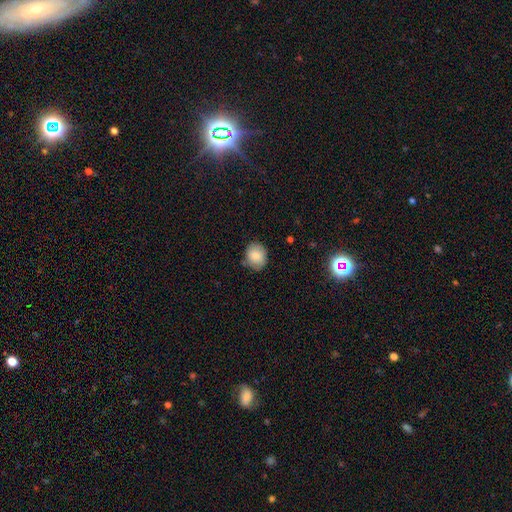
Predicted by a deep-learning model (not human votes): smooth_or_featured: smooth (p=0.81) [alt: featured or disk p=0.10]
how_rounded: round (p=0.65) [alt: in between p=0.35]
merging: none (p=0.79) [alt: minor disturbance p=0.16]